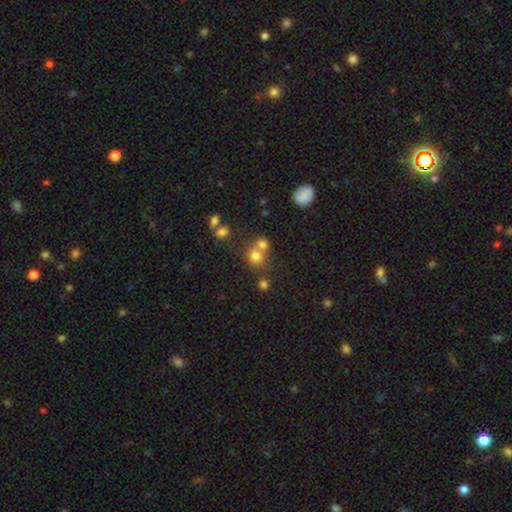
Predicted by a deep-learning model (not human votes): A smooth galaxy with no disk features (73%) that is round (80%).

Vote fractions:
- Smooth or featured? smooth: 73% / star or artifact: 16% / featured or disk: 11%
- How rounded? round: 80% / in between: 19% / cigar-shaped: 1%
- Merging? none: 49% / merger: 39% / minor disturbance: 8% / major disturbance: 4%